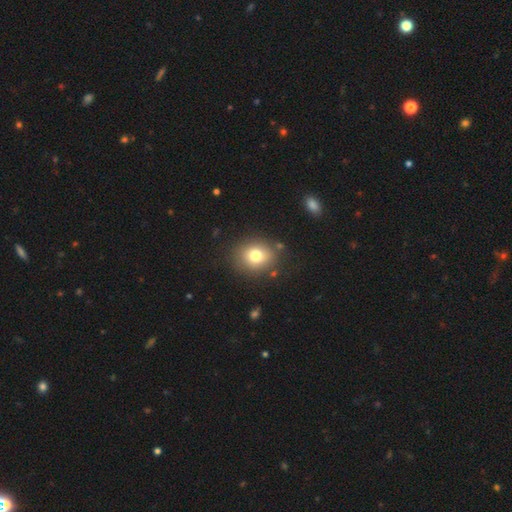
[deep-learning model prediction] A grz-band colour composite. It shows a smooth galaxy with no disk features (76%) that is round (72%). Merging: none (84%).